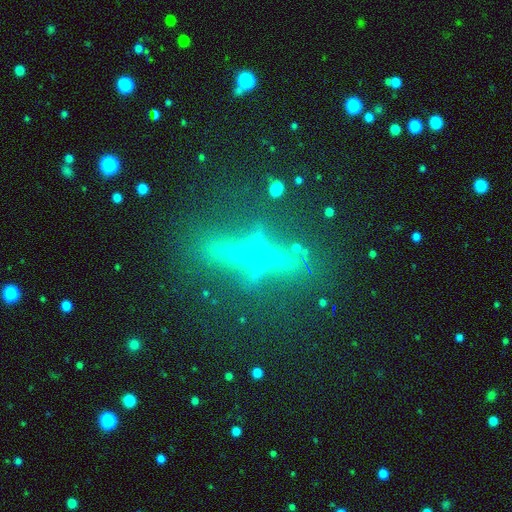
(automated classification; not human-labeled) This appears to be a featured or disk galaxy (74%) viewed edge-on (91%) with a rounded central bulge (91%). Merging: none (77%).